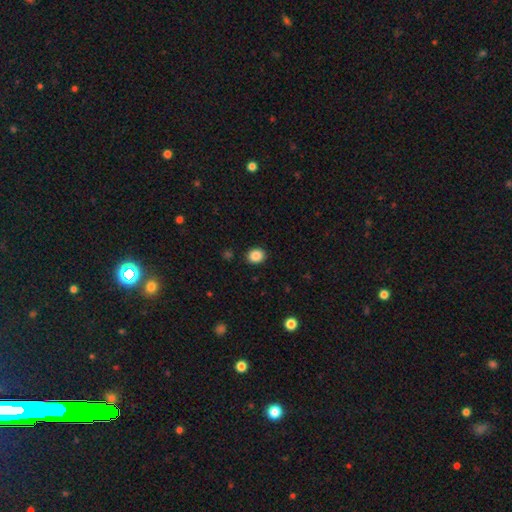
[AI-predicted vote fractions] Smooth or featured?
  - smooth: 87% *
  - star or artifact: 10%
  - featured or disk: 4%
How rounded?
  - round: 65% *
  - in between: 35%
  - cigar-shaped: 1%
Merging?
  - none: 91% *
  - minor disturbance: 6%
  - major disturbance: 2%
  - merger: 1%